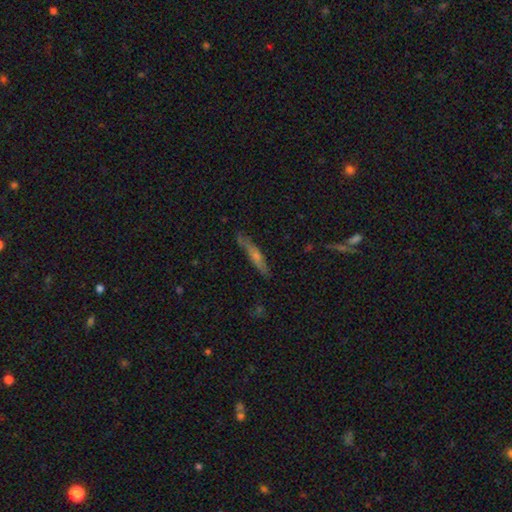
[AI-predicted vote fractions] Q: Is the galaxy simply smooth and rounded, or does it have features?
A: featured or disk — 51%.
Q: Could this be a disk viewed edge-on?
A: yes — 88%.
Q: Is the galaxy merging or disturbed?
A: none — 79%.